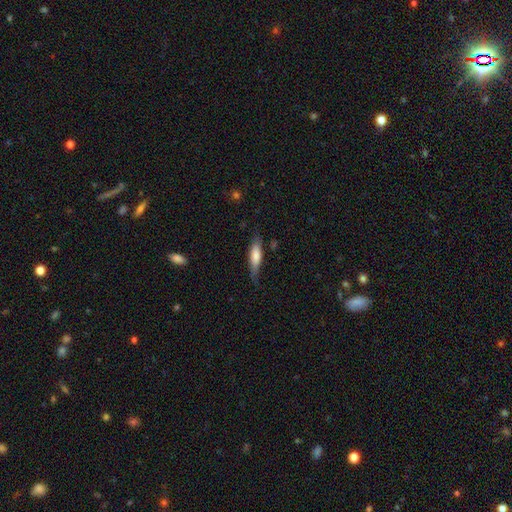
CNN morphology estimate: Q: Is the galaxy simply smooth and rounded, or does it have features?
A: smooth — 66%.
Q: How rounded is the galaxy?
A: cigar-shaped — 65%.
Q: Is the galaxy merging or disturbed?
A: none — 66%.